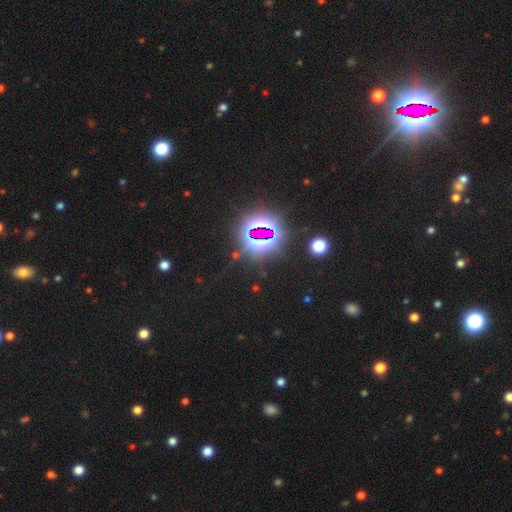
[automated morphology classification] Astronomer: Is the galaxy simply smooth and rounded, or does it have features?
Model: star or artifact — 80%.